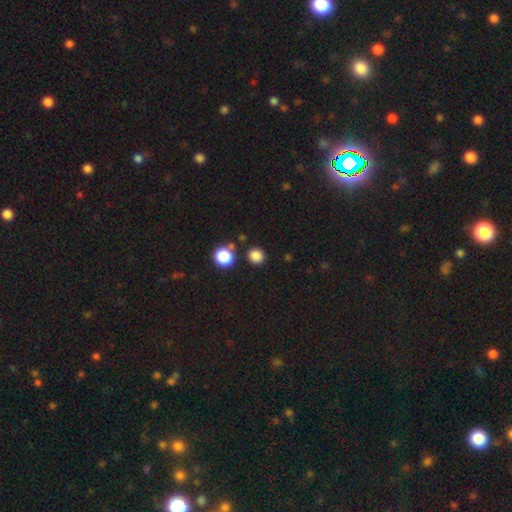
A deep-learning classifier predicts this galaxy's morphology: smooth_or_featured: smooth (p=0.83) [alt: star or artifact p=0.13]
how_rounded: round (p=0.88) [alt: in between p=0.11]
merging: none (p=0.85) [alt: minor disturbance p=0.07]